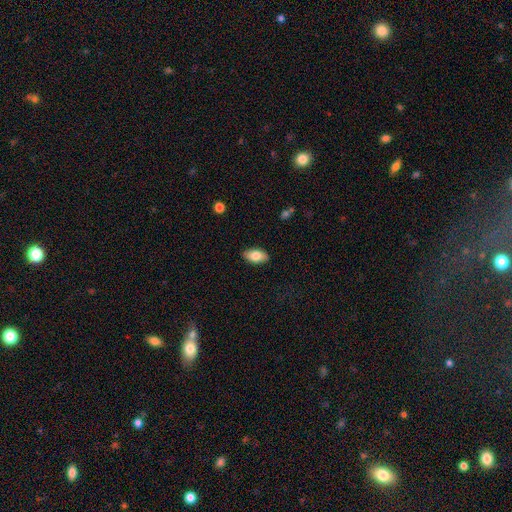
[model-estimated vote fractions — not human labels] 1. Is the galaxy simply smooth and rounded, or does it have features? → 80% smooth, 14% featured or disk, 7% star or artifact.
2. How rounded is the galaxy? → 92% in between, 4% cigar-shaped, 3% round.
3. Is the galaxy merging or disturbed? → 87% none, 10% minor disturbance, 2% major disturbance, 1% merger.